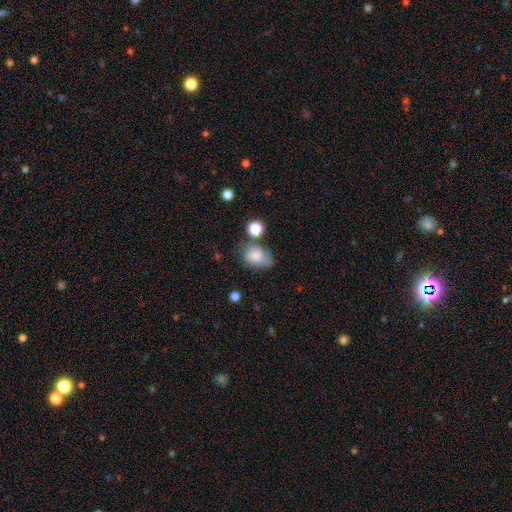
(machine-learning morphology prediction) smooth_or_featured: smooth (p=0.75) [alt: featured or disk p=0.15]
how_rounded: in between (p=0.74) [alt: round p=0.25]
merging: none (p=0.46) [alt: minor disturbance p=0.31]